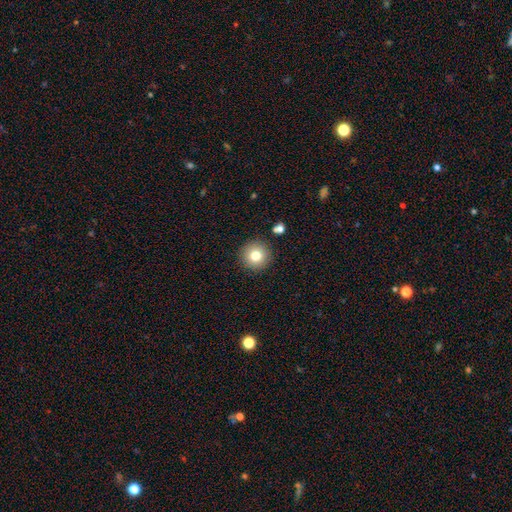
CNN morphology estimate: A smooth galaxy with no disk features (79%) that is round (95%). Merging: none (90%).